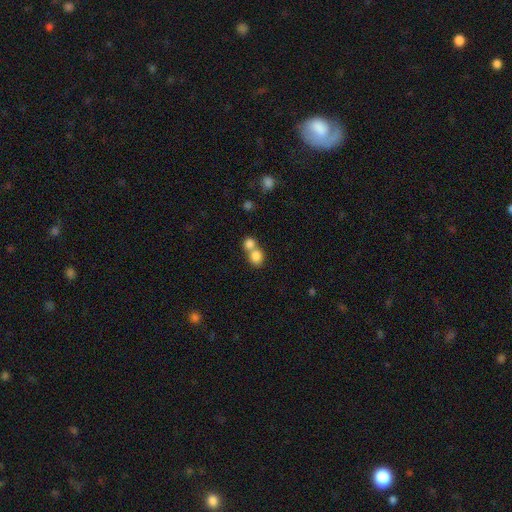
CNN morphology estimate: Overall: smooth (82%). How rounded: round (70%). Merging: merger (58%; none 33%).